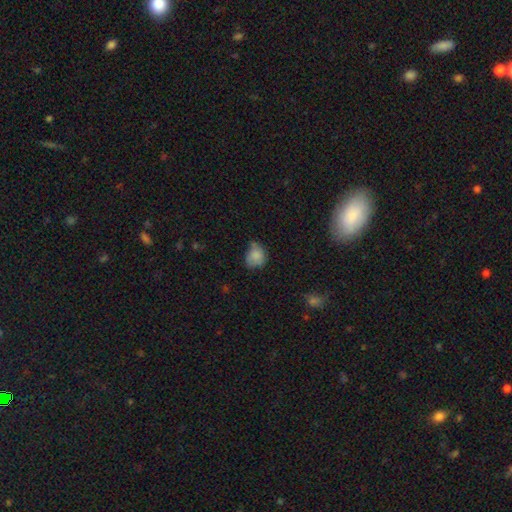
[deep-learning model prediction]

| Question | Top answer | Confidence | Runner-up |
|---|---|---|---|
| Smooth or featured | smooth | 79% | featured or disk (11%) |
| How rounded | round | 66% | in between (33%) |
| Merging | none | 45% | minor disturbance (39%) |